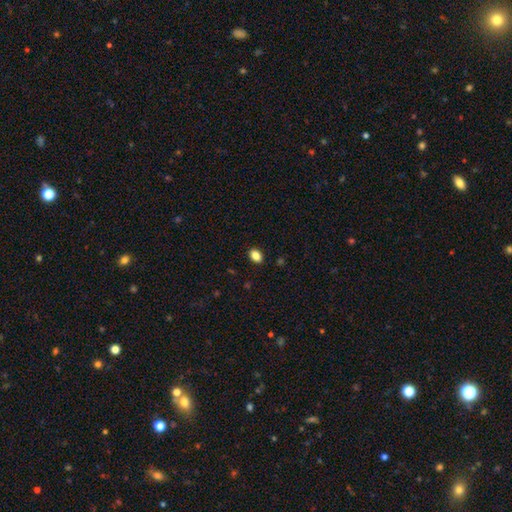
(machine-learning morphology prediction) The model was most divided on "how rounded": in between: 82%, round: 17%, cigar-shaped: 1%. More confident: merging — none (90%); smooth or featured — smooth (87%).